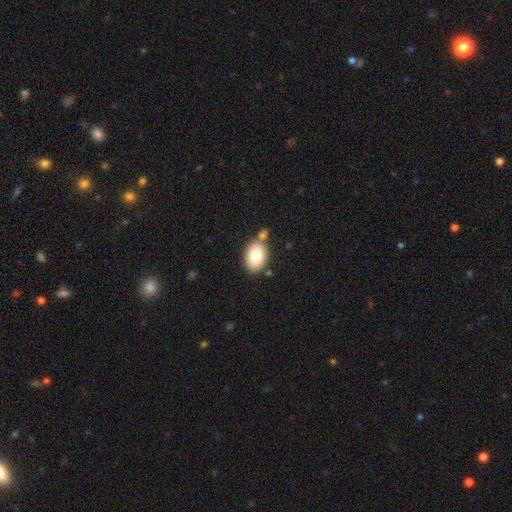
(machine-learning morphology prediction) type=smooth (78%); roundness=in between (83%); merging=none (70%).